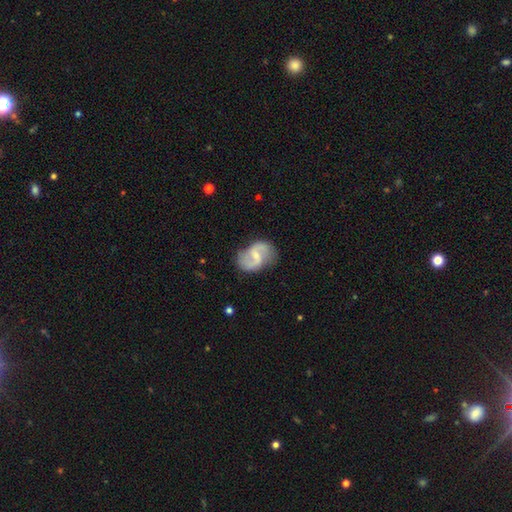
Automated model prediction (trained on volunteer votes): Smooth or featured?
  - featured or disk: 84% *
  - smooth: 11%
  - star or artifact: 5%
Edge-on disk?
  - no: 98% *
  - yes: 2%
Bar?
  - weak: 59% *
  - strong: 23%
  - no: 19%
Spiral arms?
  - yes: 94% *
  - no: 6%
Spiral winding?
  - loose: 49% *
  - medium: 41%
  - tight: 10%
Spiral arm count?
  - 2: 92% *
  - can't tell: 4%
  - 1: 2%
  - 3: 1%
  - 4: 1%
  - more than 4: 1%
Bulge size?
  - small: 56% *
  - moderate: 30%
  - none: 12%
  - large: 2%
  - dominant: 1%
Merging?
  - none: 76% *
  - minor disturbance: 16%
  - major disturbance: 6%
  - merger: 2%